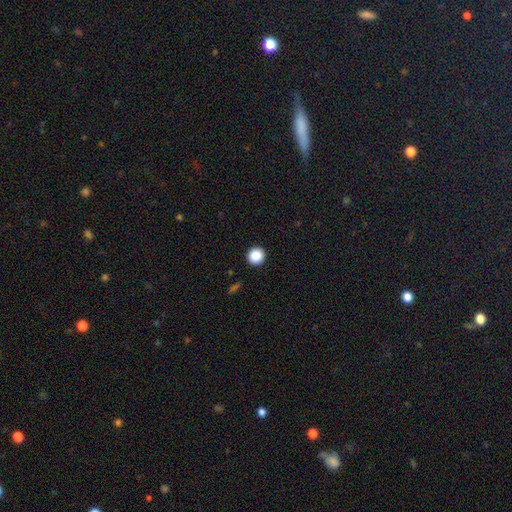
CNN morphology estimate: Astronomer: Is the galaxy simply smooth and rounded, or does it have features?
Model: smooth — 88%.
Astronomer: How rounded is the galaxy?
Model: round — 95%.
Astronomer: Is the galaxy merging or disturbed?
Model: none — 93%.